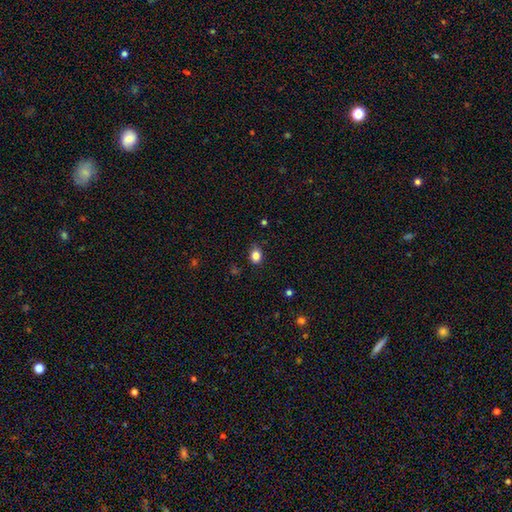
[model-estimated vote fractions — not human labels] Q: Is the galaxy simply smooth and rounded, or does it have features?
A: smooth — 84%.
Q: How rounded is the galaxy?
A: in between — 50%.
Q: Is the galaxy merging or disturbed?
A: none — 79%.